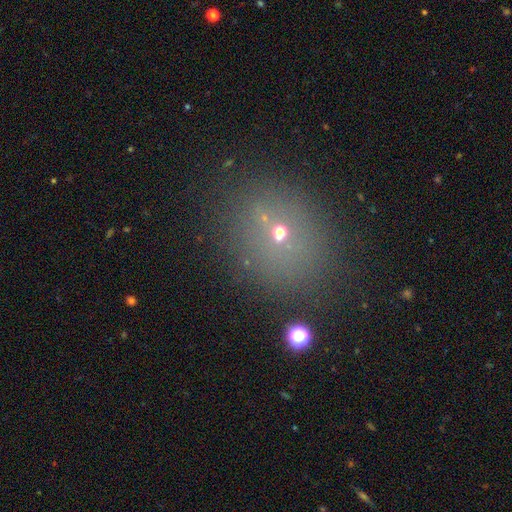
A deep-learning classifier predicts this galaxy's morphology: Overall: smooth (50%; star or artifact 36%). Merging: none (78%).